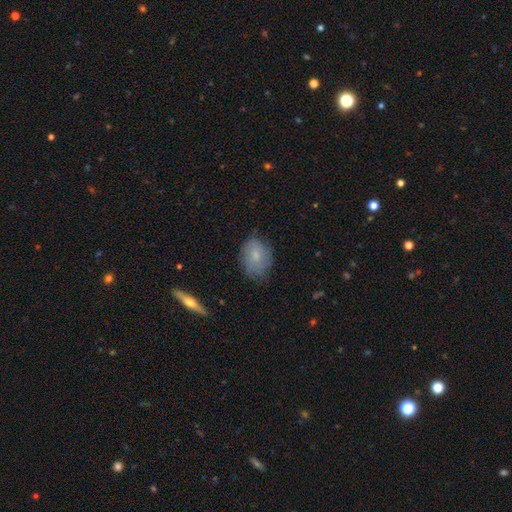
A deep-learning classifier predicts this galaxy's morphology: smooth-or-featured: smooth: 63% | featured or disk: 28% | star or artifact: 8%
  how-rounded: in between: 70% | round: 29% | cigar-shaped: 2%
  merging: none: 69% | minor disturbance: 24% | major disturbance: 6% | merger: 1%